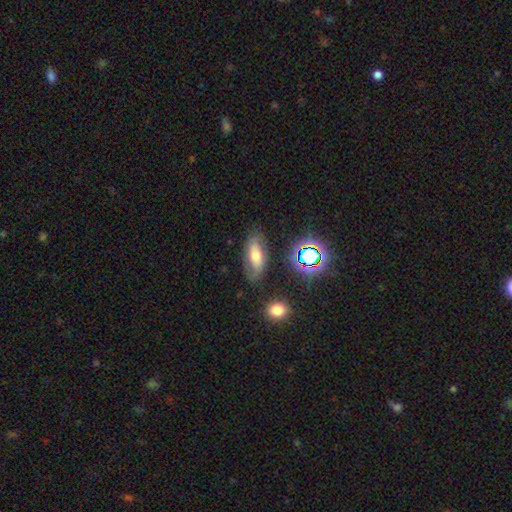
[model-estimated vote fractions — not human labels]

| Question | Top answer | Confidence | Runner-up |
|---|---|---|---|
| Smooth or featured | smooth | 52% | featured or disk (33%) |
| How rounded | in between | 81% | cigar-shaped (14%) |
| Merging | none | 71% | minor disturbance (19%) |